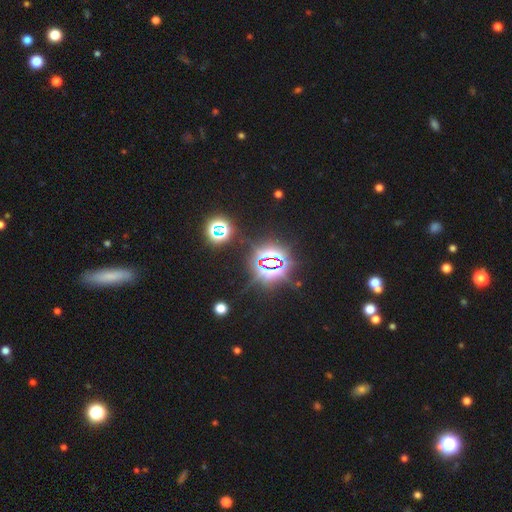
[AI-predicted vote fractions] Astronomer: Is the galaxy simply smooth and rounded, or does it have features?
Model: star or artifact — 78%.